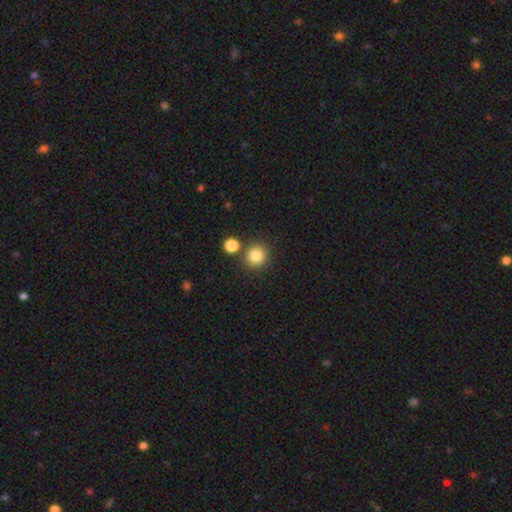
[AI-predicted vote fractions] A smooth galaxy with no disk features (84%) that is round (89%).

Vote fractions:
- Smooth or featured? smooth: 84% / star or artifact: 11% / featured or disk: 5%
- How rounded? round: 89% / in between: 10% / cigar-shaped: 1%
- Merging? none: 80% / merger: 10% / minor disturbance: 8% / major disturbance: 3%